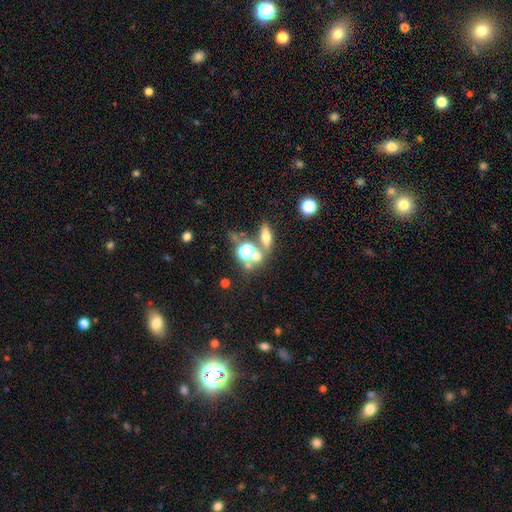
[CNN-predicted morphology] The model was most divided on "merging": none: 52%, merger: 33%, minor disturbance: 10%, major disturbance: 6%. More confident: how rounded — round (54%); smooth or featured — smooth (53%).